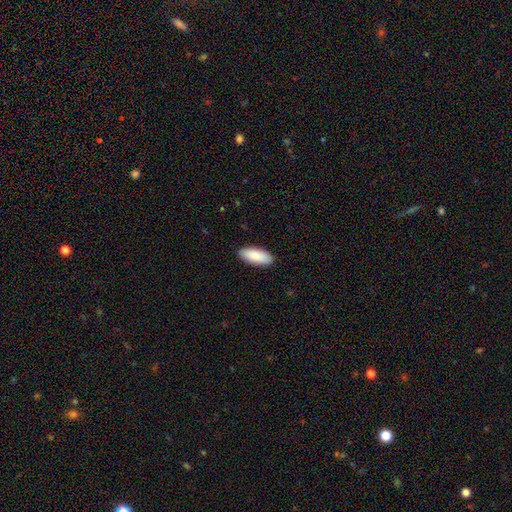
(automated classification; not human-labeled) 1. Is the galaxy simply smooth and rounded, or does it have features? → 89% smooth, 6% featured or disk, 5% star or artifact.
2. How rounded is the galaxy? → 85% in between, 14% cigar-shaped, 2% round.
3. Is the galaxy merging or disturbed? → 90% none, 7% minor disturbance, 2% major disturbance, 1% merger.